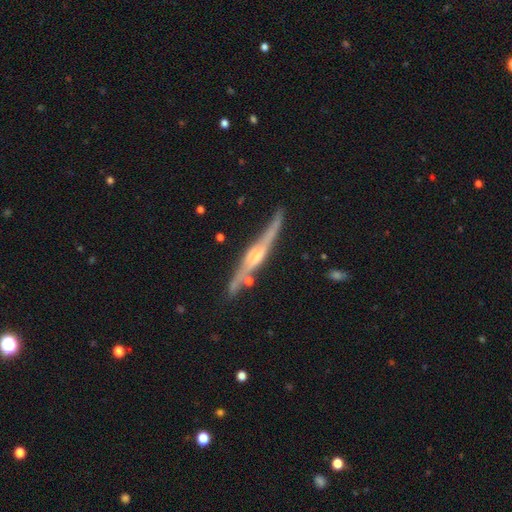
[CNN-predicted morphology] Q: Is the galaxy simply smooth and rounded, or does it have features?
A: featured or disk — 84%.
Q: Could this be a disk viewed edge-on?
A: yes — 94%.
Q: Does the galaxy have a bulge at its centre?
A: rounded — 80%.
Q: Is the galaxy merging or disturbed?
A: none — 76%.